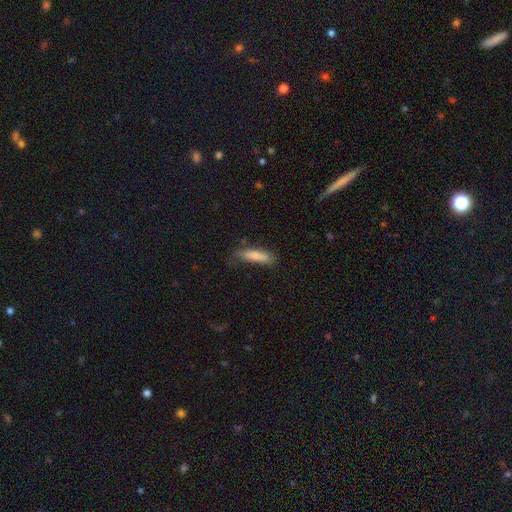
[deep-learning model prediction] Morphology: type=smooth (83%); roundness=cigar-shaped (72%); merging=none (62%).